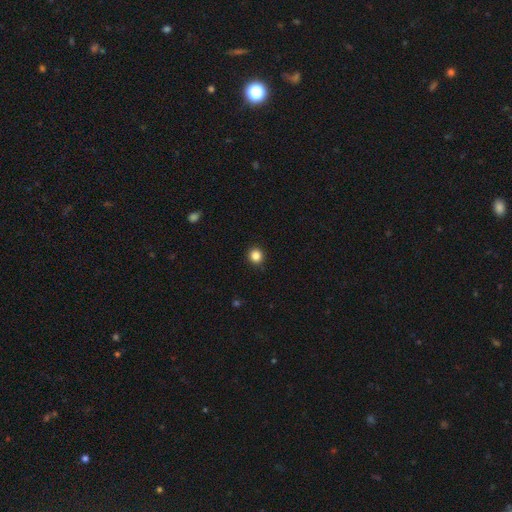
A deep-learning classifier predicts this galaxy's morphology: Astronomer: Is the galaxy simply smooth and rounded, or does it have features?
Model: smooth — 85%.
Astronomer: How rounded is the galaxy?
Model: round — 92%.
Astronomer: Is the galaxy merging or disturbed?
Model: none — 92%.